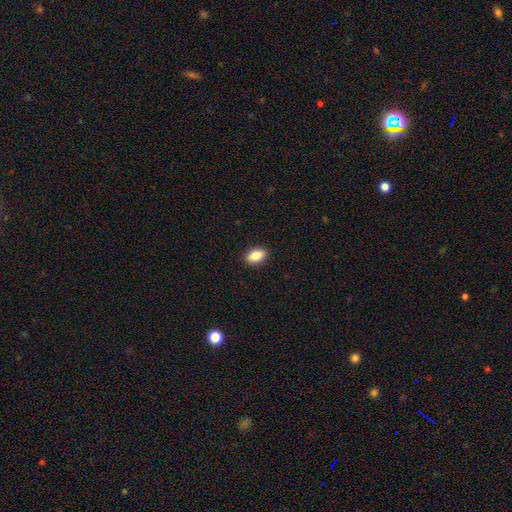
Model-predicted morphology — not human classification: Smooth or featured?
  - smooth: 85% *
  - star or artifact: 8%
  - featured or disk: 7%
How rounded?
  - in between: 88% *
  - round: 9%
  - cigar-shaped: 3%
Merging?
  - none: 90% *
  - minor disturbance: 7%
  - major disturbance: 2%
  - merger: 1%